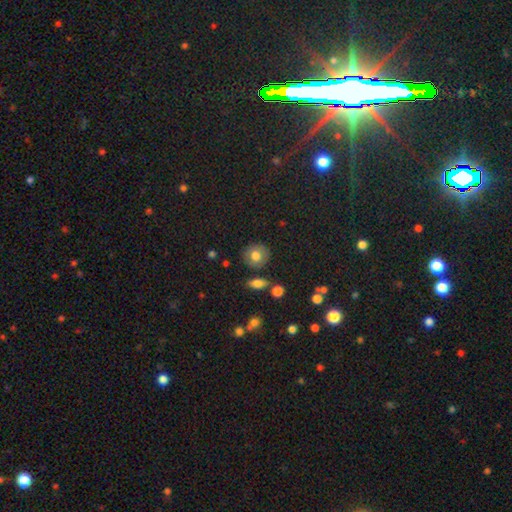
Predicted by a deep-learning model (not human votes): Q: Smooth or featured?
A: smooth (74%); runner-up: featured or disk (16%)
Q: How rounded?
A: round (83%); runner-up: in between (16%)
Q: Merging?
A: none (82%); runner-up: minor disturbance (11%)